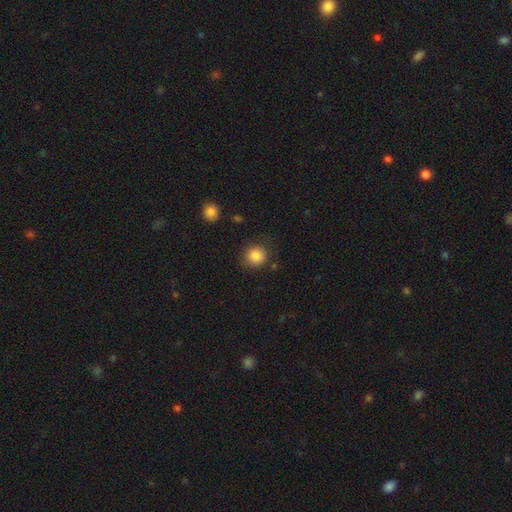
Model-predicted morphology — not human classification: smooth 86%, star or artifact 10%, featured or disk 5%. Down the decision tree: how rounded — round (90%); merging — none (83%).